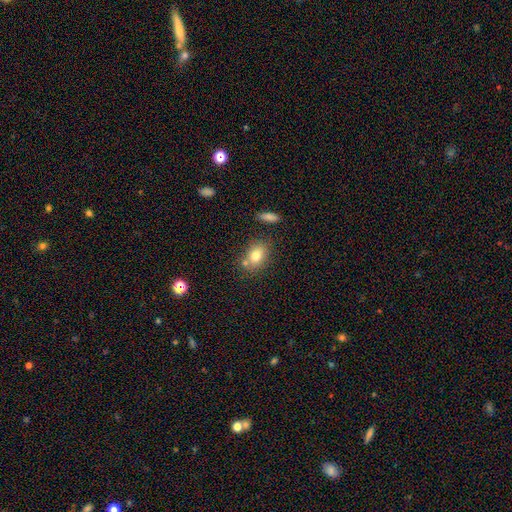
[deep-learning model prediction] A smooth galaxy with no disk features (77%) that is in between round and cigar-shaped (64%).

Vote fractions:
- Smooth or featured? smooth: 77% / featured or disk: 13% / star or artifact: 10%
- How rounded? in between: 64% / round: 34% / cigar-shaped: 2%
- Merging? none: 67% / merger: 15% / minor disturbance: 15% / major disturbance: 4%